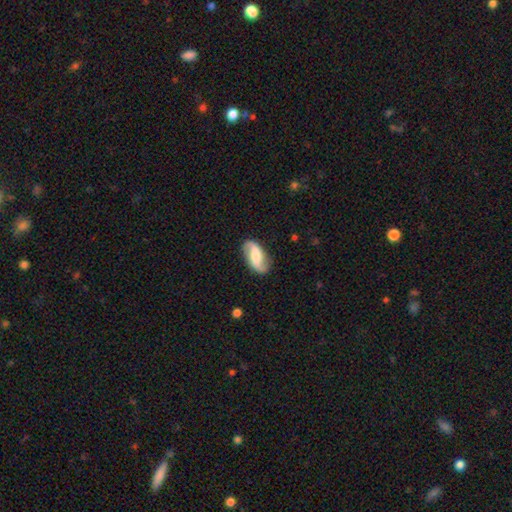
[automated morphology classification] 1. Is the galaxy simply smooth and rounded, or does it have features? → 73% featured or disk, 21% smooth, 6% star or artifact.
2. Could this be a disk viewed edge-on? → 95% no, 5% yes.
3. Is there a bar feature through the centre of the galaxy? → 40% weak, 31% strong, 28% no.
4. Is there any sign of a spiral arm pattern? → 93% yes, 7% no.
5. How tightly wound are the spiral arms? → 71% loose, 22% medium, 7% tight.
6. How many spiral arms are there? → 93% 2, 2% can't tell, 2% 1, 1% 3, 1% 4, 1% more than 4.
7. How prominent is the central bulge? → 30% moderate, 23% large, 21% none, 20% small, 5% dominant.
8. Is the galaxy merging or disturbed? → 82% none, 13% minor disturbance, 4% major disturbance, 1% merger.